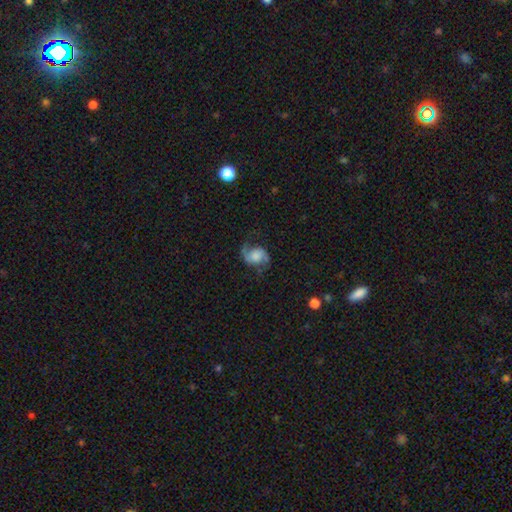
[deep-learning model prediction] smooth-or-featured: featured or disk: 73% | smooth: 19% | star or artifact: 8%
  disk-edge-on: no: 98% | yes: 2%
    bar: no: 64% | weak: 29% | strong: 7%
    has-spiral-arms: yes: 94% | no: 6%
      spiral-winding: loose: 53% | medium: 37% | tight: 9%
      spiral-arm-count: 2: 91% | 1: 4% | can't tell: 3% | 3: 1% | 4: 1% | more than 4: 1%
    bulge-size: large: 28% | moderate: 24% | none: 21% | small: 18% | dominant: 8%
  merging: none: 69% | minor disturbance: 17% | major disturbance: 12% | merger: 2%